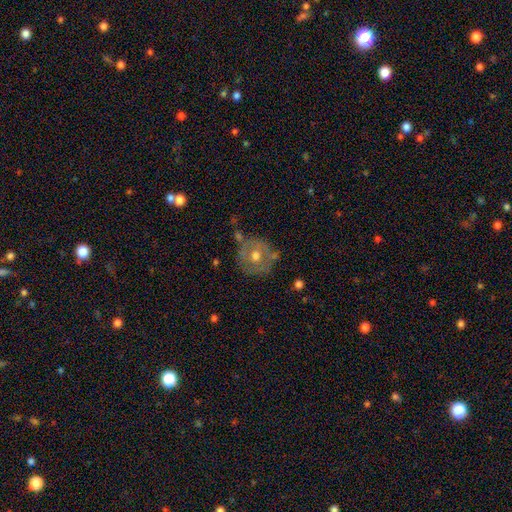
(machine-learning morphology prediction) featured or disk 50%, smooth 42%, star or artifact 8%. Down the decision tree: edge-on disk — no (95%); merging — none (66%).